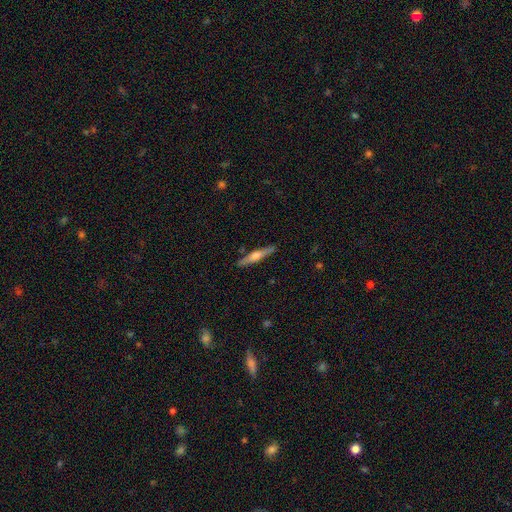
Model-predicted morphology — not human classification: Q: Smooth or featured?
A: featured or disk (65%); runner-up: smooth (29%)
Q: Edge-on disk?
A: yes (97%); runner-up: no (3%)
Q: Edge-on bulge?
A: rounded (88%); runner-up: boxy (6%)
Q: Merging?
A: none (89%); runner-up: minor disturbance (8%)